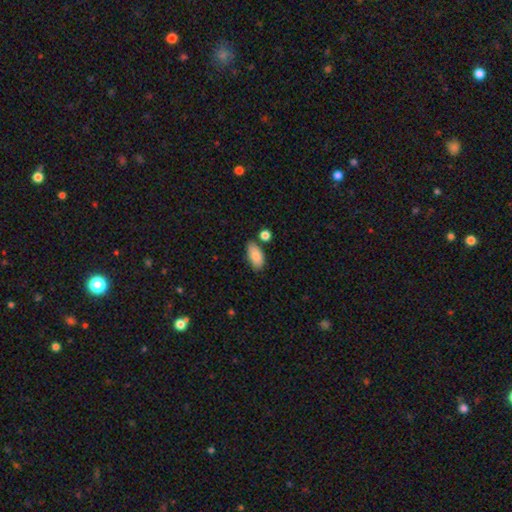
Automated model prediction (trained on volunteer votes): A smooth galaxy with no disk features (88%) that is in between round and cigar-shaped (92%). Merging: none (67%).